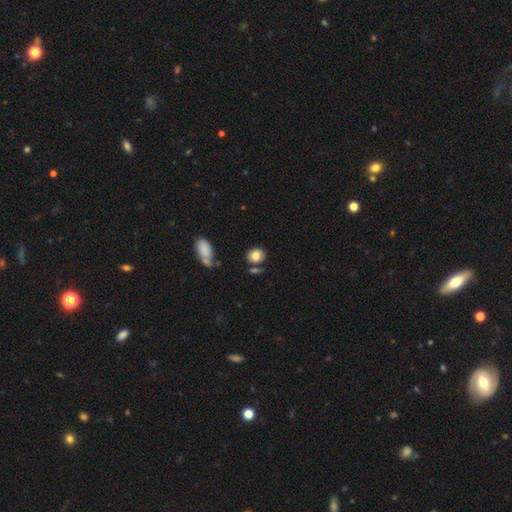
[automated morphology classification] type=smooth (82%); roundness=round (62%); merging=none (69%).